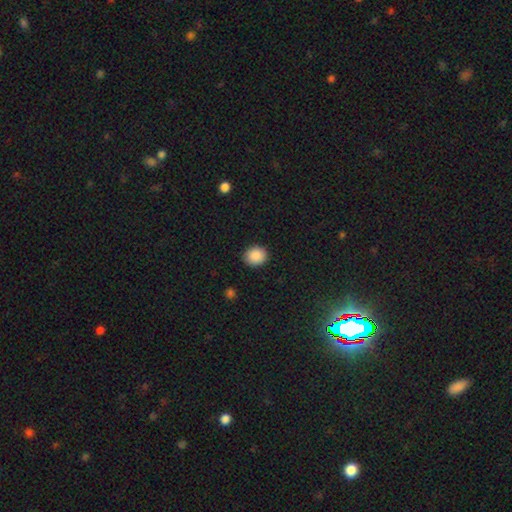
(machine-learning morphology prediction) Smooth or featured?
  - smooth: 89% *
  - star or artifact: 8%
  - featured or disk: 3%
How rounded?
  - round: 67% *
  - in between: 33%
  - cigar-shaped: 1%
Merging?
  - none: 89% *
  - minor disturbance: 8%
  - major disturbance: 2%
  - merger: 1%